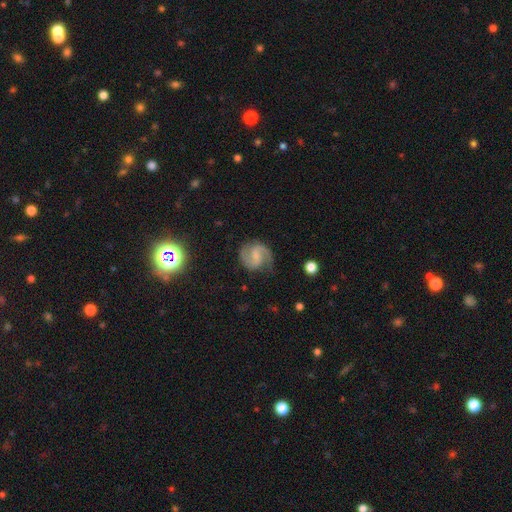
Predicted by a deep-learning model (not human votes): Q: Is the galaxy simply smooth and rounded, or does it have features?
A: featured or disk — 83%.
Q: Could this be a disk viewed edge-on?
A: no — 98%.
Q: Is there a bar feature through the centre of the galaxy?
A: weak — 54%.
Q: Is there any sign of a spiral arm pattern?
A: yes — 96%.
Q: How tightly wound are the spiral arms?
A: medium — 55%.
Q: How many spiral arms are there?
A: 2 — 91%.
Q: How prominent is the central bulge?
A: small — 43%.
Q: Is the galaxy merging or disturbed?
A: none — 77%.